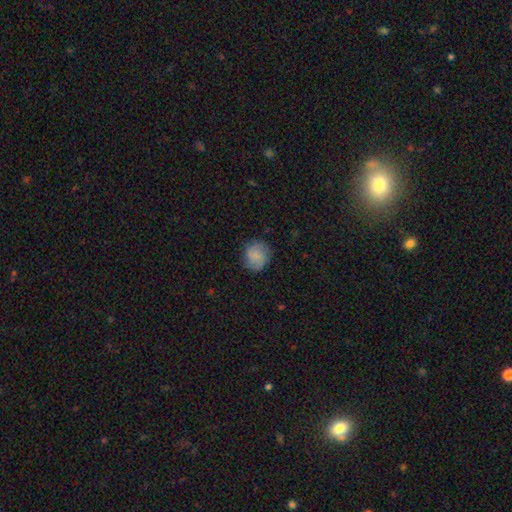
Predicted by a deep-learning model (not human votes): A smooth galaxy with no disk features (76%) that is round (83%). Merging: none (78%).